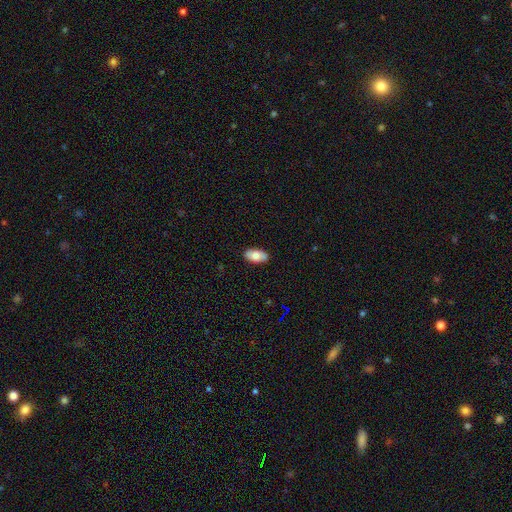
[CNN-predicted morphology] The model was most divided on "smooth or featured": smooth: 77%, featured or disk: 17%, star or artifact: 7%. More confident: how rounded — in between (94%); merging — none (88%).